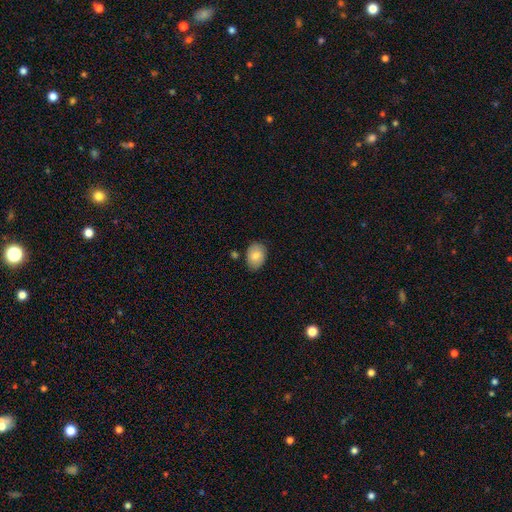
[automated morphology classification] Smooth or featured? smooth (82%)
How rounded? in between (78%)
Merging? none (80%)